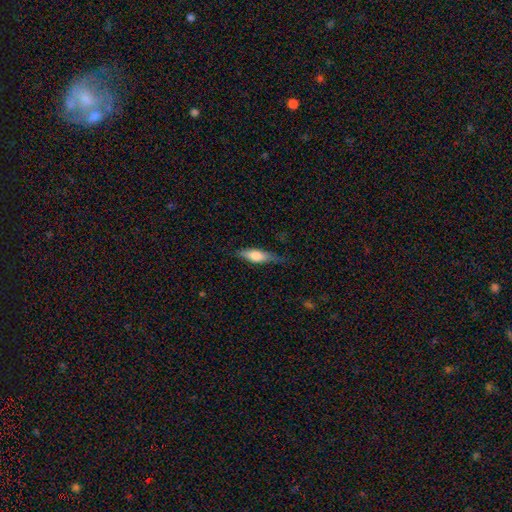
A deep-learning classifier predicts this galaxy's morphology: Overall: smooth (69%). How rounded: in between (51%; cigar-shaped 46%). Merging: none (61%; minor disturbance 29%).